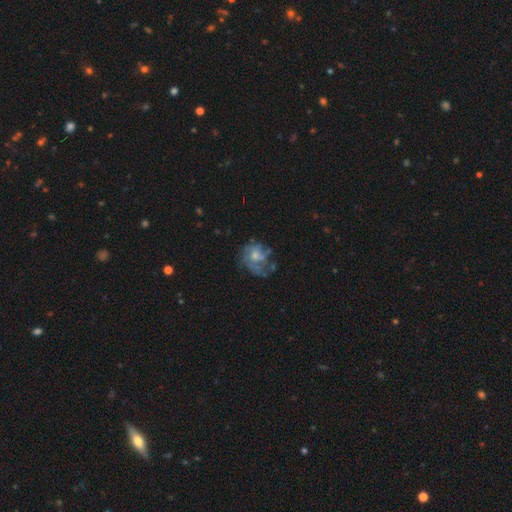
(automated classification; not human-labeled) Smooth or featured? Predicted: featured or disk (p=0.61). Edge-on disk? Predicted: no (p=0.98). Bar? Predicted: no (p=0.79). Spiral arms? Predicted: yes (p=0.56). Bulge size? Predicted: moderate (p=0.49). Merging? Predicted: none (p=0.43).